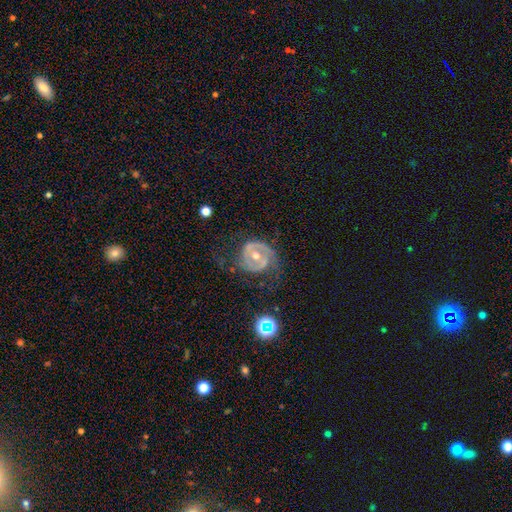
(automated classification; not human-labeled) Smooth or featured?
  - featured or disk: 80% *
  - smooth: 13%
  - star or artifact: 7%
Edge-on disk?
  - no: 97% *
  - yes: 3%
Bar?
  - no: 59% *
  - weak: 29%
  - strong: 12%
Spiral arms?
  - yes: 77% *
  - no: 23%
Spiral winding?
  - tight: 45% *
  - medium: 37%
  - loose: 18%
Spiral arm count?
  - 2: 58% *
  - 1: 18%
  - can't tell: 17%
  - 3: 4%
  - 4: 2%
  - more than 4: 2%
Bulge size?
  - moderate: 62% *
  - small: 35%
  - large: 2%
  - none: 1%
  - dominant: 1%
Merging?
  - none: 52% *
  - major disturbance: 23%
  - minor disturbance: 23%
  - merger: 2%